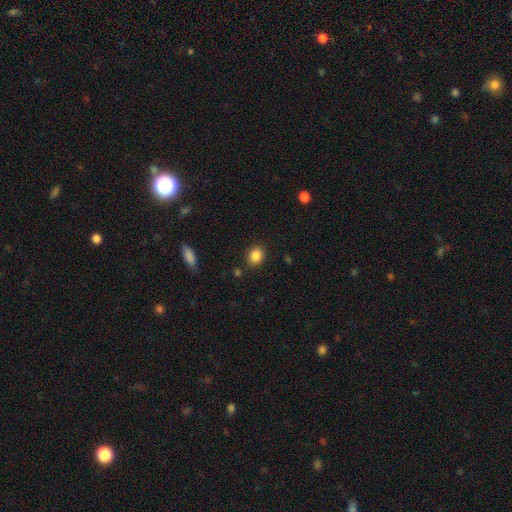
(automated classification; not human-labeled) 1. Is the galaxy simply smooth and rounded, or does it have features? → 86% smooth, 9% star or artifact, 5% featured or disk.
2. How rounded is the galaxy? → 55% round, 44% in between, 1% cigar-shaped.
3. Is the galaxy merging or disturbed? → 86% none, 9% minor disturbance, 3% major disturbance, 2% merger.